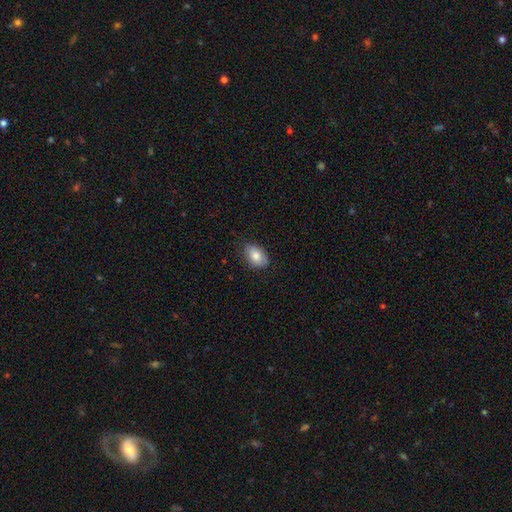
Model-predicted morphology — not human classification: smooth 81%, featured or disk 12%, star or artifact 7%. Down the decision tree: how rounded — in between (87%); merging — none (79%).